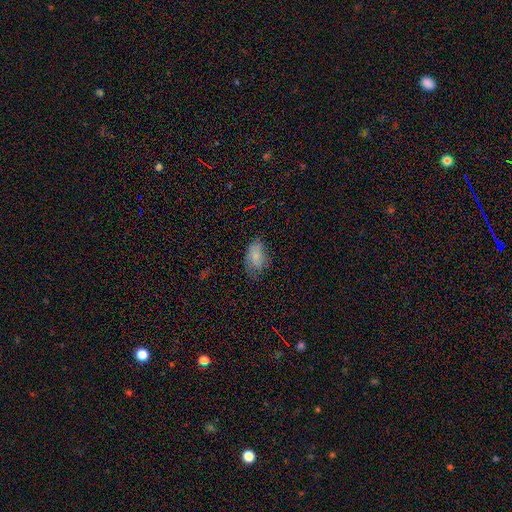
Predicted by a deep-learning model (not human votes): Overall: smooth (73%). How rounded: in between (86%). Merging: none (55%; minor disturbance 31%).